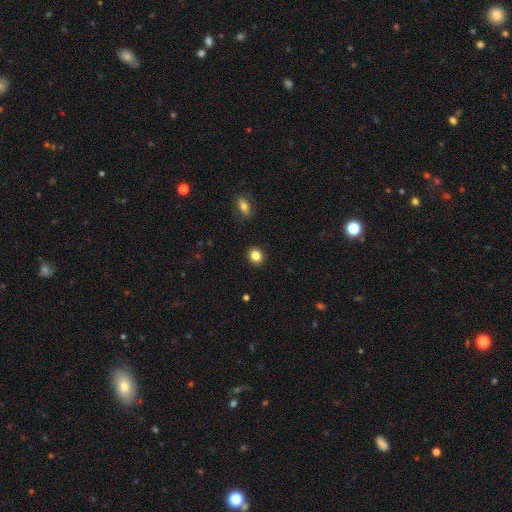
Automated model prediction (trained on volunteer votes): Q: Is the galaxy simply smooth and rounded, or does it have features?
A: smooth — 84%.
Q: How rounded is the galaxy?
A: round — 80%.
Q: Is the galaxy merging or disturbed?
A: none — 92%.